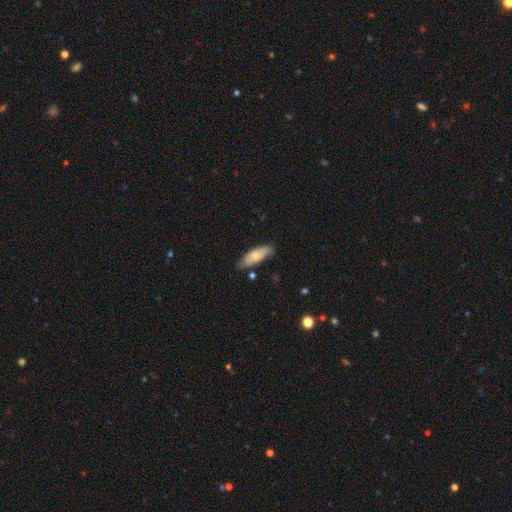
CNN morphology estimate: smooth 71%, featured or disk 23%, star or artifact 6%. Down the decision tree: how rounded — in between (71%); merging — none (72%).